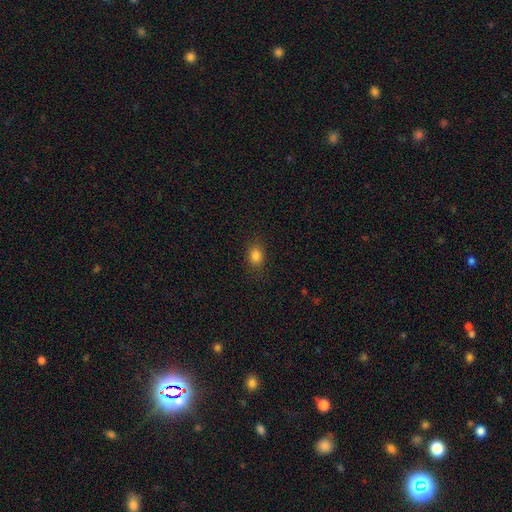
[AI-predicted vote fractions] This is clearly a smooth galaxy (84%). How rounded: likely in between (62%). Merging: clearly none (85%).